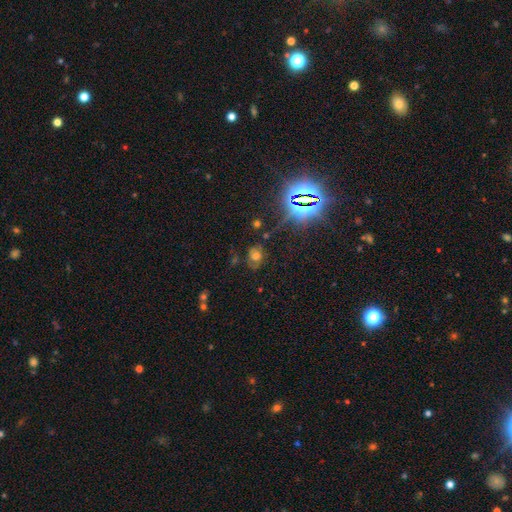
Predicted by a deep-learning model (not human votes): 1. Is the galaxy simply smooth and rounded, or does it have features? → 48% smooth, 31% star or artifact, 21% featured or disk.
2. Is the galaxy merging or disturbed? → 63% none, 21% minor disturbance, 11% major disturbance, 5% merger.